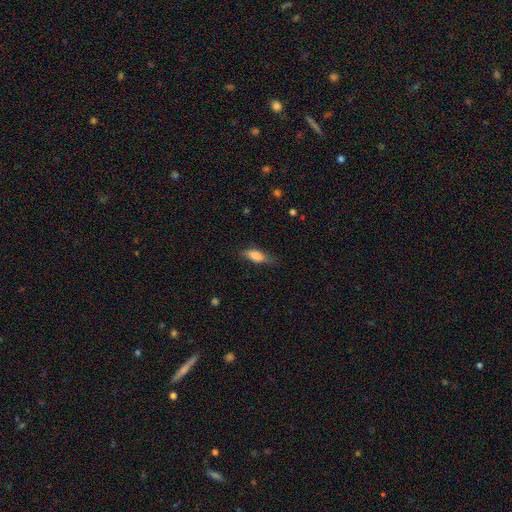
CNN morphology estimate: smooth-or-featured: smooth: 83% | featured or disk: 10% | star or artifact: 7%
  how-rounded: in between: 79% | cigar-shaped: 18% | round: 3%
  merging: none: 65% | minor disturbance: 26% | major disturbance: 8% | merger: 1%